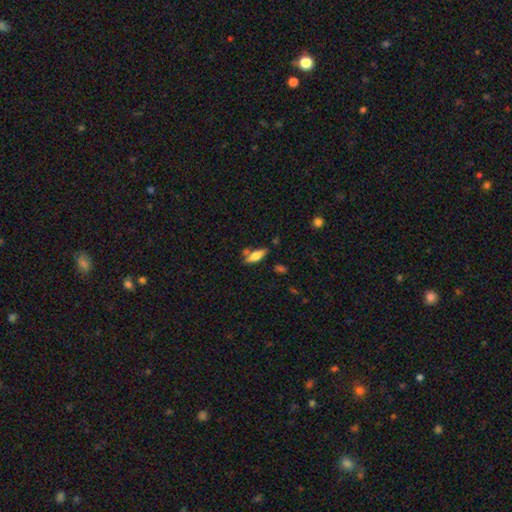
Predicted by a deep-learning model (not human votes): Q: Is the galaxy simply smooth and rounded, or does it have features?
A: smooth — 65%.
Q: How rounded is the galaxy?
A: in between — 68%.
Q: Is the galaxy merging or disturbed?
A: none — 68%.